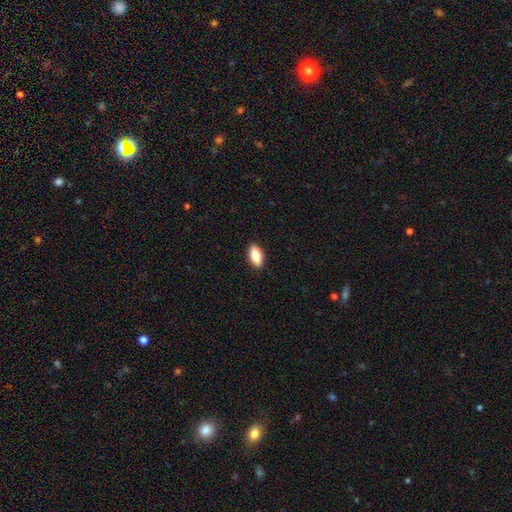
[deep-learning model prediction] Morphology: type=smooth (81%); roundness=in between (91%); merging=none (90%).